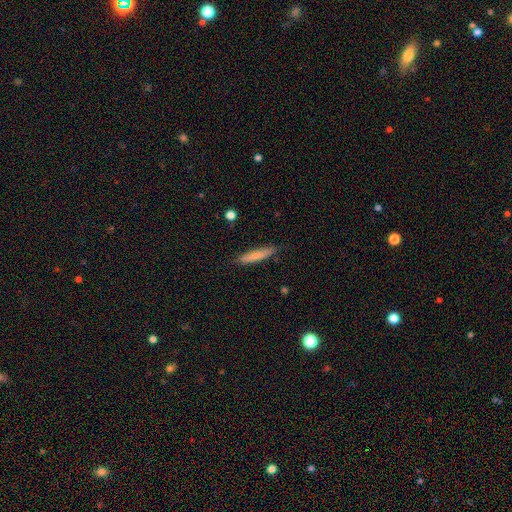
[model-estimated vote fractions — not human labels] Smooth or featured? smooth (75%)
How rounded? cigar-shaped (91%)
Merging? none (85%)